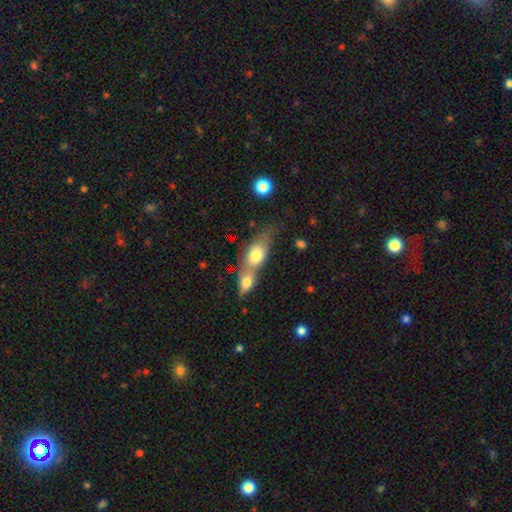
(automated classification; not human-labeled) Smooth or featured: smooth — 68% (featured or disk — 24%)
How rounded: in between — 71% (cigar-shaped — 16%)
Merging: merger — 63% (none — 24%)